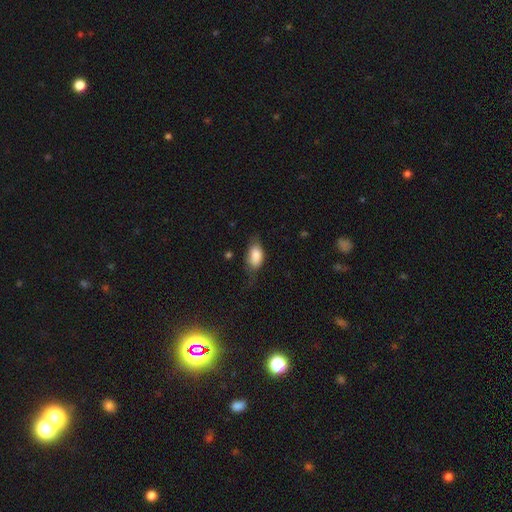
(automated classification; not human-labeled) Q: Smooth or featured?
A: smooth (81%); runner-up: featured or disk (12%)
Q: How rounded?
A: in between (90%); runner-up: round (6%)
Q: Merging?
A: none (47%); runner-up: minor disturbance (35%)